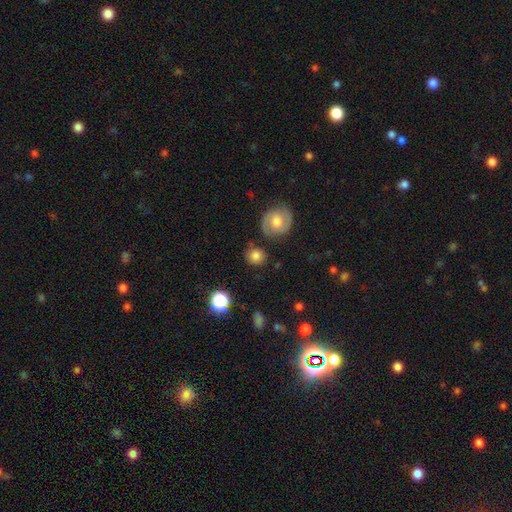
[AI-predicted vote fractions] Overall: smooth (79%). How rounded: round (85%). Merging: none (80%).